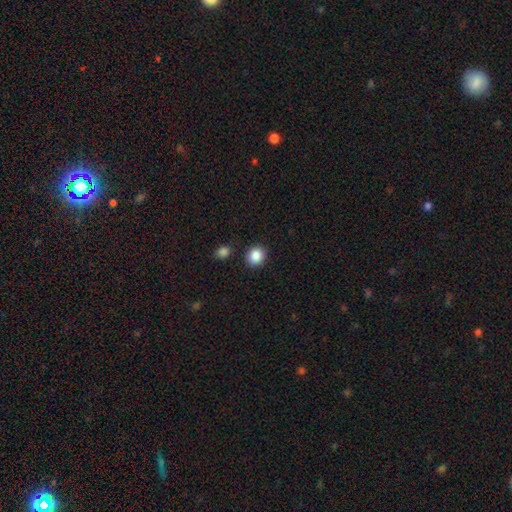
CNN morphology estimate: This is clearly a smooth galaxy (87%). How rounded: likely round (79%). Merging: clearly none (88%).